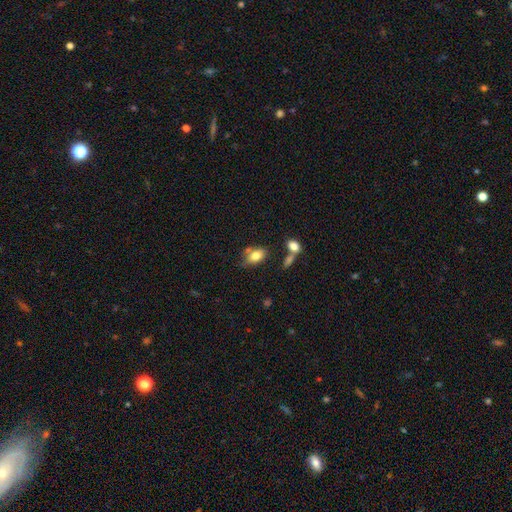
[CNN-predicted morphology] Smooth or featured? Predicted: smooth (p=0.80). How rounded? Predicted: in between (p=0.87). Merging? Predicted: none (p=0.59).